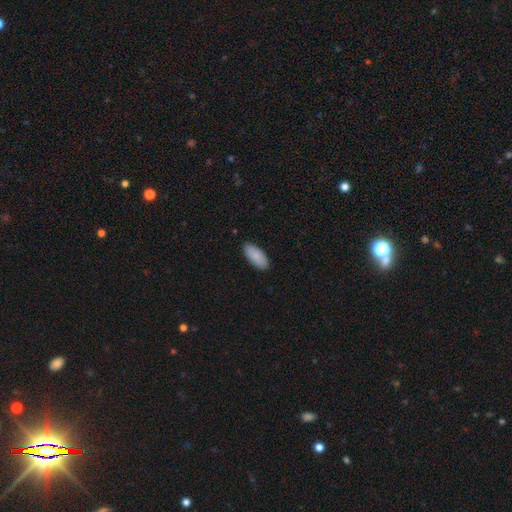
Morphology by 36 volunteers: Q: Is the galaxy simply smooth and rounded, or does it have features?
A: smooth — 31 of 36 (86%).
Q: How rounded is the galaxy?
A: in between — 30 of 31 (97%).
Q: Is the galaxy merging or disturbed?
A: none — 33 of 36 (92%).